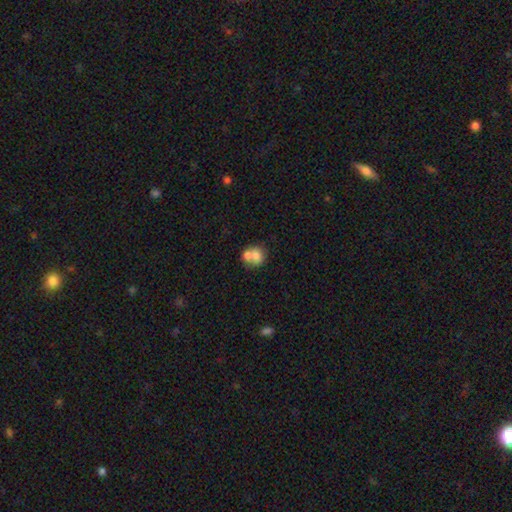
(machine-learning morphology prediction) Q: Smooth or featured?
A: smooth (73%); runner-up: featured or disk (18%)
Q: How rounded?
A: round (68%); runner-up: in between (31%)
Q: Merging?
A: merger (56%); runner-up: none (32%)